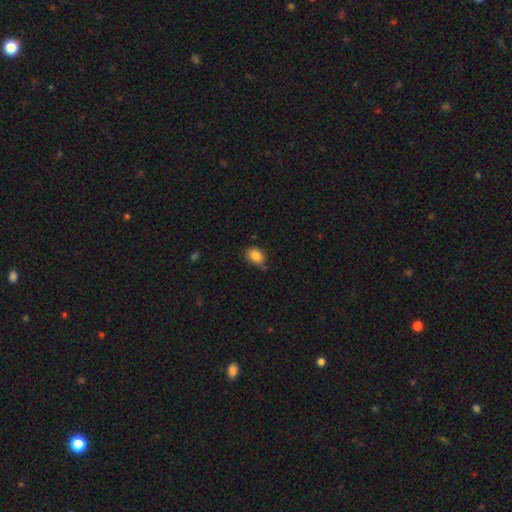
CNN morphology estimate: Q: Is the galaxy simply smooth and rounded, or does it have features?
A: smooth — 85%.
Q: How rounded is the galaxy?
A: in between — 76%.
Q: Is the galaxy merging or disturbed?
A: none — 61%.